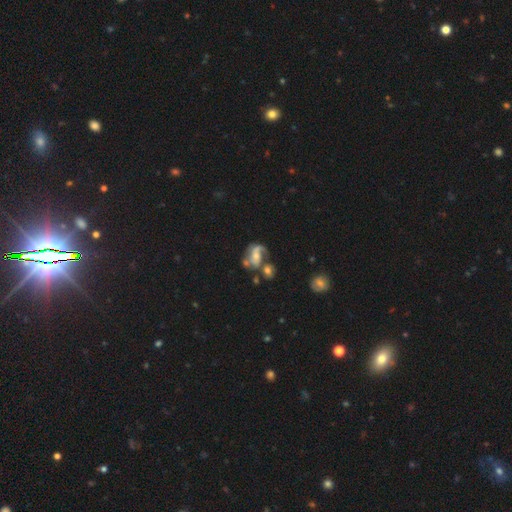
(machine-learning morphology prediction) Q: Smooth or featured?
A: featured or disk (71%); runner-up: smooth (20%)
Q: Edge-on disk?
A: no (97%); runner-up: yes (3%)
Q: Bar?
A: no (48%); runner-up: weak (36%)
Q: Spiral arms?
A: yes (83%); runner-up: no (17%)
Q: Spiral winding?
A: medium (42%); runner-up: loose (41%)
Q: Spiral arm count?
A: 2 (63%); runner-up: 1 (23%)
Q: Bulge size?
A: moderate (47%); runner-up: small (41%)
Q: Merging?
A: merger (32%); runner-up: none (31%)